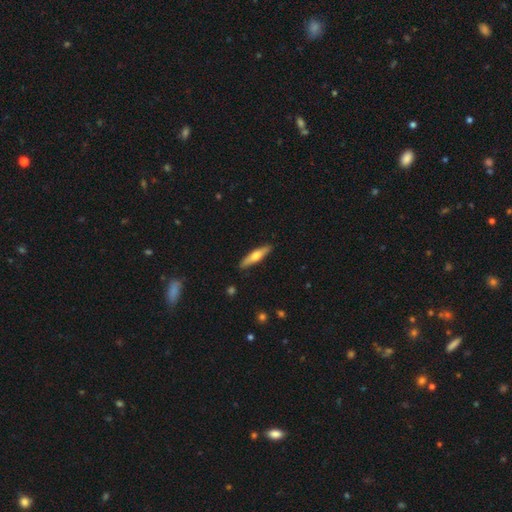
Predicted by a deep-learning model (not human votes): The model was most divided on "smooth or featured": smooth: 51%, featured or disk: 43%, star or artifact: 5%. More confident: merging — none (89%); how rounded — cigar-shaped (78%).